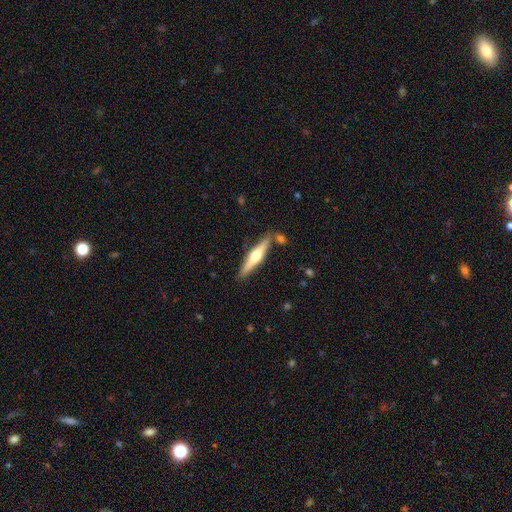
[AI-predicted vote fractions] Smooth or featured? Predicted: featured or disk (p=0.64). Edge-on disk? Predicted: yes (p=0.96). Edge-on bulge? Predicted: rounded (p=0.94). Merging? Predicted: none (p=0.83).